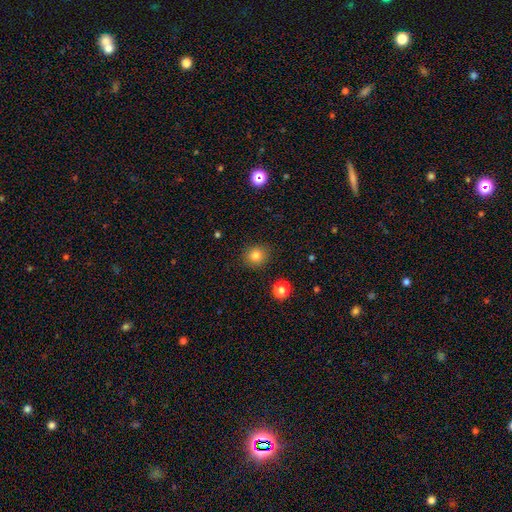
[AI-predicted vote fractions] This appears to be a smooth galaxy with no disk features (82%) that is round (86%). Merging: none (89%).